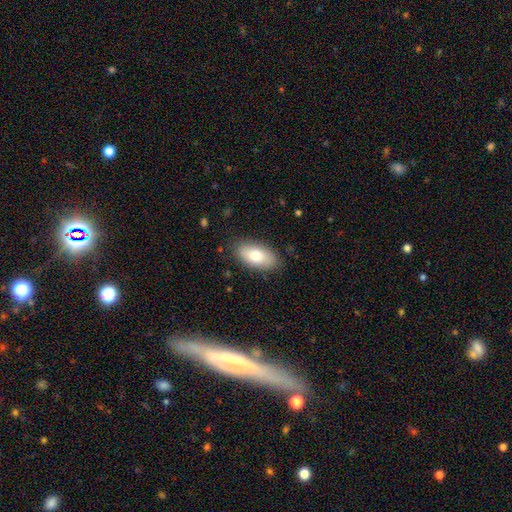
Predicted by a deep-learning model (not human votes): smooth_or_featured: smooth (p=0.76) [alt: featured or disk p=0.18]
how_rounded: in between (p=0.93) [alt: cigar-shaped p=0.04]
merging: none (p=0.85) [alt: minor disturbance p=0.11]